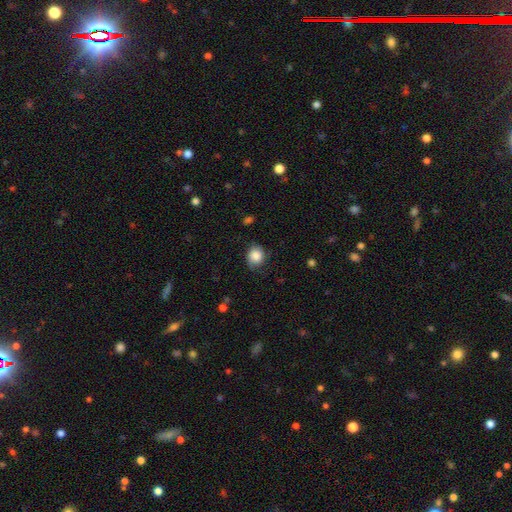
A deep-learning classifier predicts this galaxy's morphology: This is clearly a smooth galaxy (83%). How rounded: likely round (68%). Merging: likely none (70%).